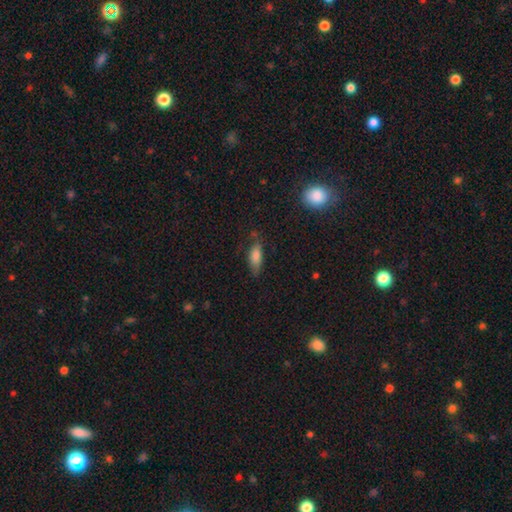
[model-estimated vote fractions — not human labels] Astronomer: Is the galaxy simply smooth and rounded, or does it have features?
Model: smooth — 77%.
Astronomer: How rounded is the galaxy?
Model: in between — 72%.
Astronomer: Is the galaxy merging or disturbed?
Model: none — 64%.